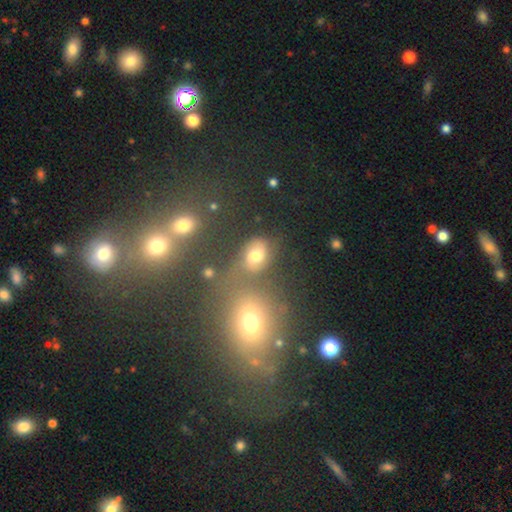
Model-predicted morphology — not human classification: The model was most divided on "how rounded": in between: 60%, round: 38%, cigar-shaped: 2%. More confident: smooth or featured — smooth (64%); merging — none (55%).